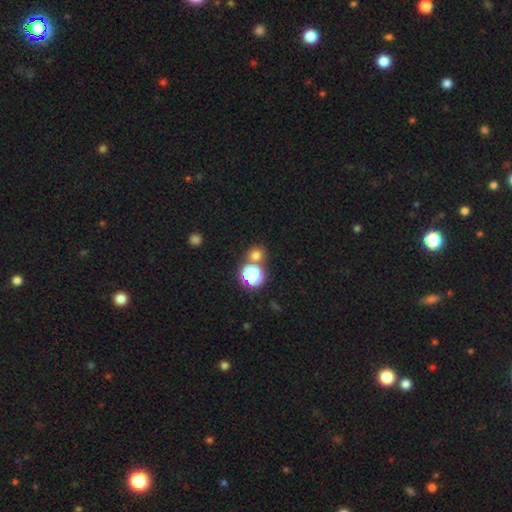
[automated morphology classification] Smooth or featured: smooth — 73% (star or artifact — 20%)
How rounded: round — 84% (in between — 15%)
Merging: none — 58% (merger — 32%)